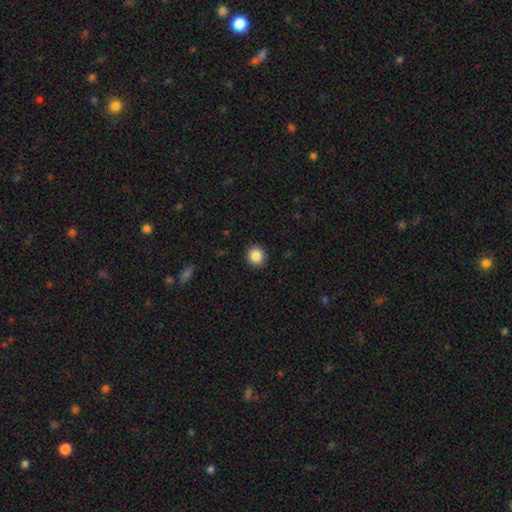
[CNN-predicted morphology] Smooth or featured?
  - smooth: 87% *
  - star or artifact: 9%
  - featured or disk: 4%
How rounded?
  - round: 86% *
  - in between: 13%
  - cigar-shaped: 1%
Merging?
  - none: 92% *
  - minor disturbance: 6%
  - major disturbance: 2%
  - merger: 1%